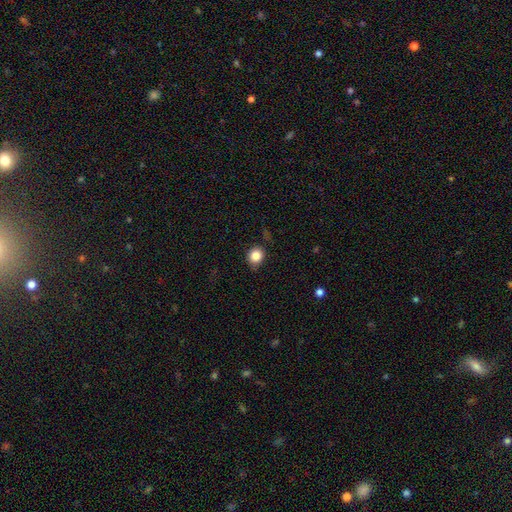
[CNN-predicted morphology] smooth 84%, star or artifact 10%, featured or disk 6%. Down the decision tree: how rounded — round (77%); merging — none (78%).